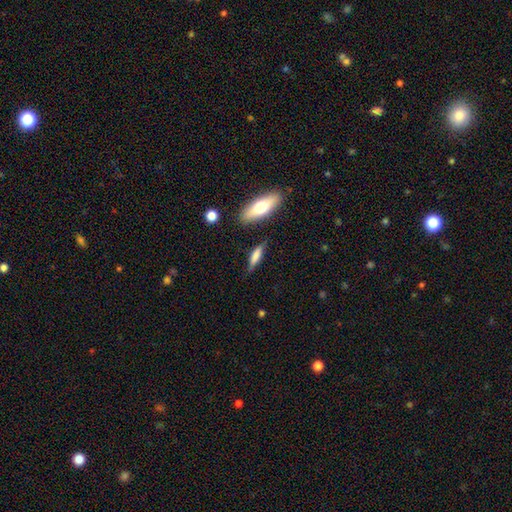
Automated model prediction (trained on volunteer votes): A smooth galaxy with no disk features (65%) that is cigar-shaped (69%). Merging: none (75%).